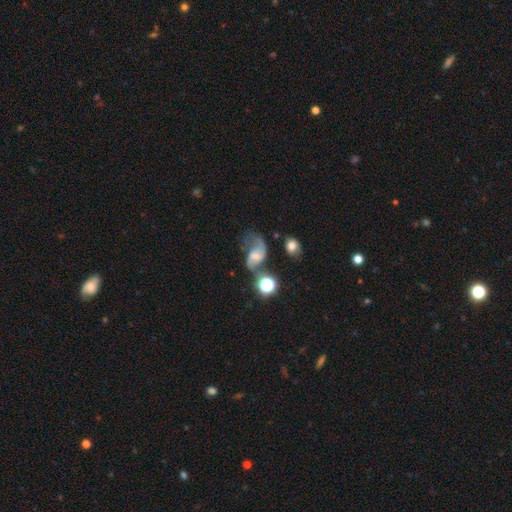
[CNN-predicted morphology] Smooth or featured?
  - featured or disk: 72% *
  - smooth: 17%
  - star or artifact: 11%
Edge-on disk?
  - no: 97% *
  - yes: 3%
Bar?
  - weak: 46% *
  - no: 40%
  - strong: 14%
Spiral arms?
  - yes: 91% *
  - no: 9%
Spiral winding?
  - loose: 62% *
  - medium: 32%
  - tight: 6%
Spiral arm count?
  - 2: 85% *
  - 1: 7%
  - can't tell: 5%
  - 3: 1%
  - 4: 1%
  - more than 4: 1%
Bulge size?
  - small: 37% *
  - moderate: 31%
  - none: 21%
  - large: 9%
  - dominant: 2%
Merging?
  - none: 41% *
  - major disturbance: 24%
  - minor disturbance: 20%
  - merger: 15%